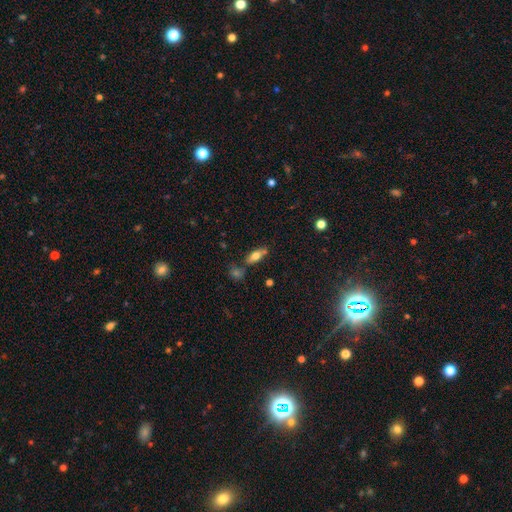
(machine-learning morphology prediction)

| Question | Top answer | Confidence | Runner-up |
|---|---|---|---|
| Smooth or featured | smooth | 68% | featured or disk (23%) |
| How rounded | in between | 74% | cigar-shaped (23%) |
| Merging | none | 66% | minor disturbance (15%) |